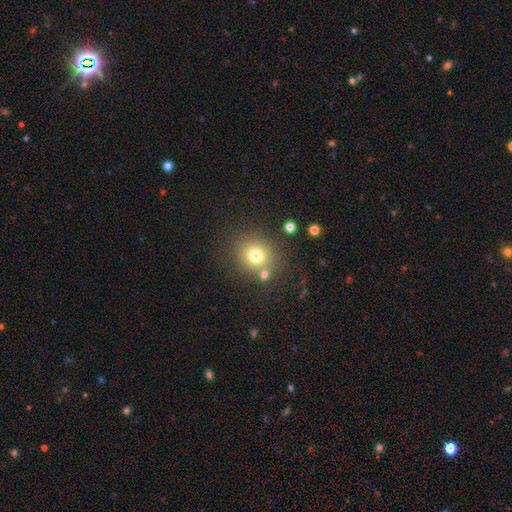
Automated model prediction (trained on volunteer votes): This appears to be a smooth galaxy with no disk features (75%) that is round (81%). Merging: none (73%).